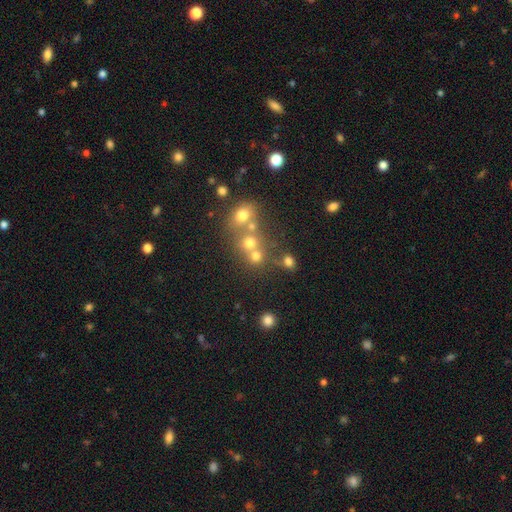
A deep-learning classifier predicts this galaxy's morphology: This appears to be a smooth galaxy with no disk features (69%) that is round (83%). Merging: none (49%).